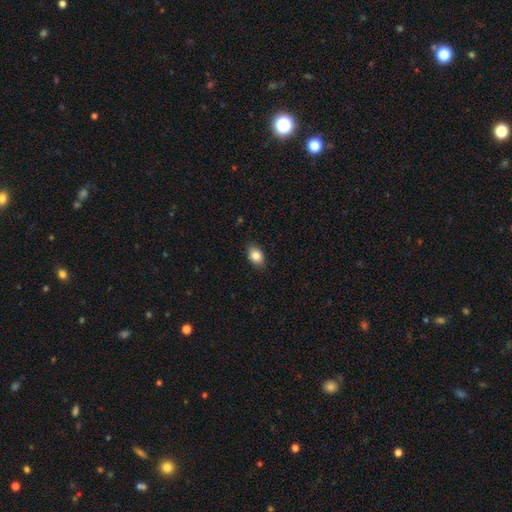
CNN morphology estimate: This is clearly a smooth galaxy (85%). How rounded: clearly in between (84%). Merging: clearly none (85%).